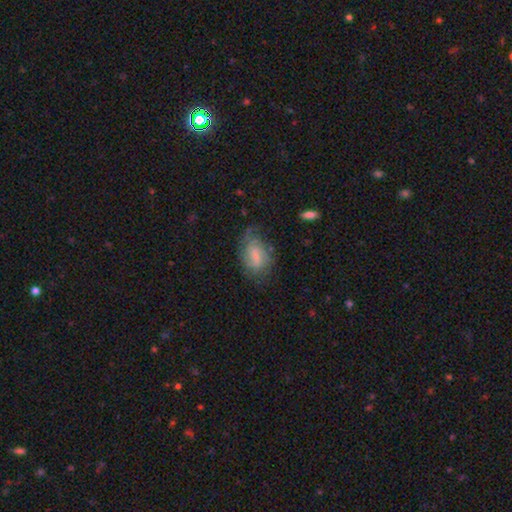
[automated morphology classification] smooth-or-featured: featured or disk: 51% | smooth: 40% | star or artifact: 9%
  disk-edge-on: no: 96% | yes: 4%
  merging: none: 52% | minor disturbance: 28% | major disturbance: 18% | merger: 2%